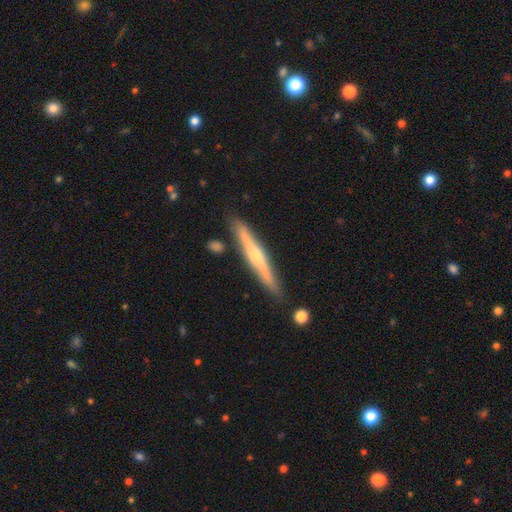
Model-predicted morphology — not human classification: A featured or disk galaxy (64%) viewed edge-on (96%) with a rounded central bulge (77%).

Vote fractions:
- Smooth or featured? featured or disk: 64% / smooth: 30% / star or artifact: 6%
- Edge-on disk? yes: 96% / no: 4%
- Edge-on bulge? rounded: 77% / none: 18% / boxy: 5%
- Merging? none: 84% / minor disturbance: 10% / merger: 3% / major disturbance: 2%